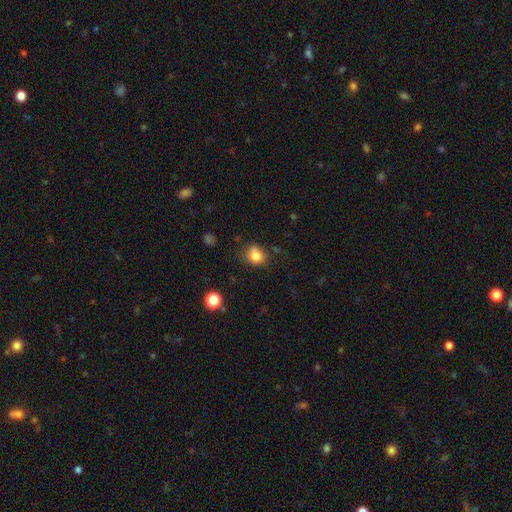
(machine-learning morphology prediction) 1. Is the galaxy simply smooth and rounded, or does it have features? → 82% smooth, 11% star or artifact, 7% featured or disk.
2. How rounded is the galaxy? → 62% round, 37% in between, 1% cigar-shaped.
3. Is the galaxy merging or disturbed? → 68% none, 23% minor disturbance, 6% major disturbance, 3% merger.